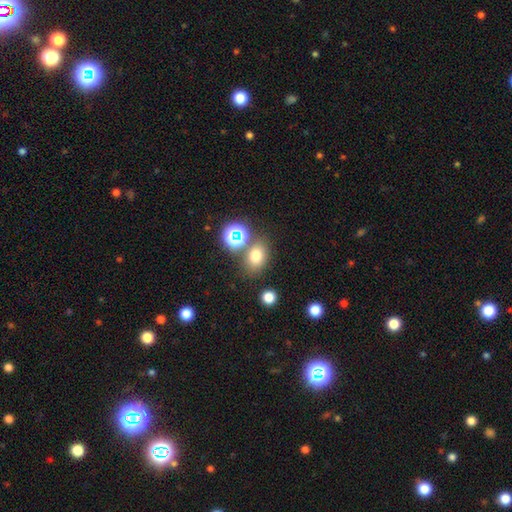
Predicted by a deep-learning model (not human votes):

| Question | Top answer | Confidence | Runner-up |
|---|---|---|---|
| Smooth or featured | smooth | 72% | star or artifact (18%) |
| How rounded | in between | 61% | round (38%) |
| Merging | none | 70% | merger (14%) |